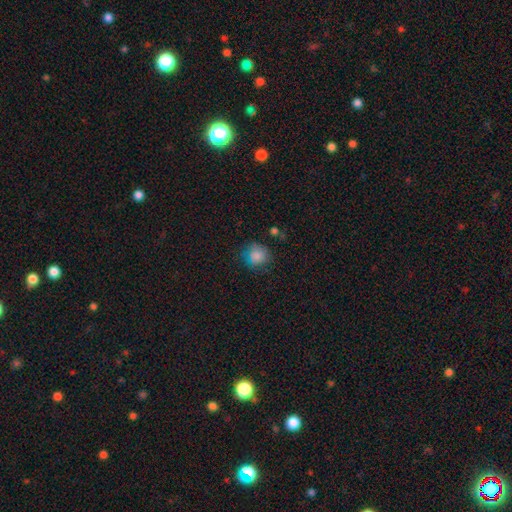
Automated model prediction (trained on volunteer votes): Q: Smooth or featured?
A: smooth (84%); runner-up: star or artifact (10%)
Q: How rounded?
A: round (87%); runner-up: in between (12%)
Q: Merging?
A: none (75%); runner-up: minor disturbance (17%)